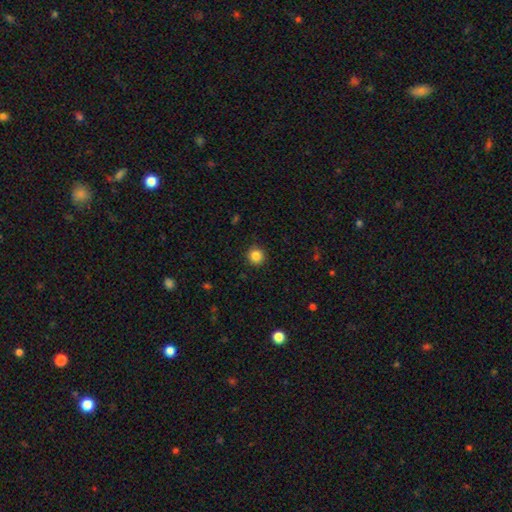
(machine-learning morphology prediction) Overall: smooth (85%). How rounded: round (93%). Merging: none (91%).